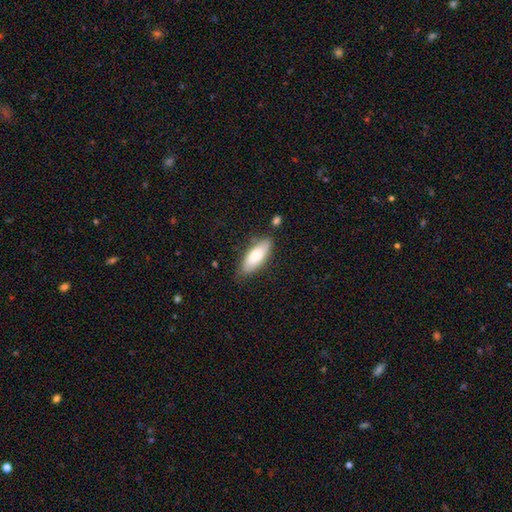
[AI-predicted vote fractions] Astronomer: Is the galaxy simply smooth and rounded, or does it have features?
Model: smooth — 74%.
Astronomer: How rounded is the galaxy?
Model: in between — 72%.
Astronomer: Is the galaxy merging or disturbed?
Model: none — 77%.